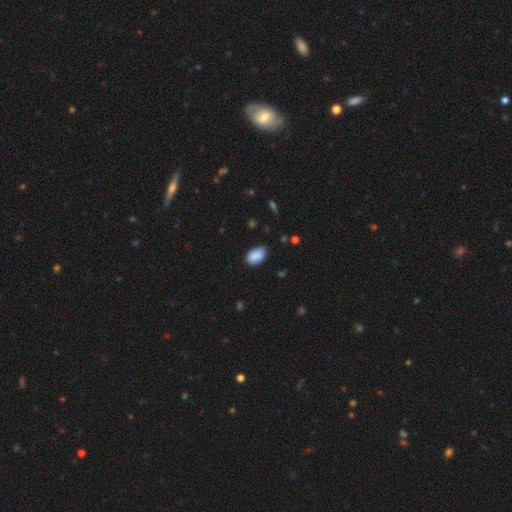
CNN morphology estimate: type=smooth (87%); roundness=in between (90%); merging=none (73%).